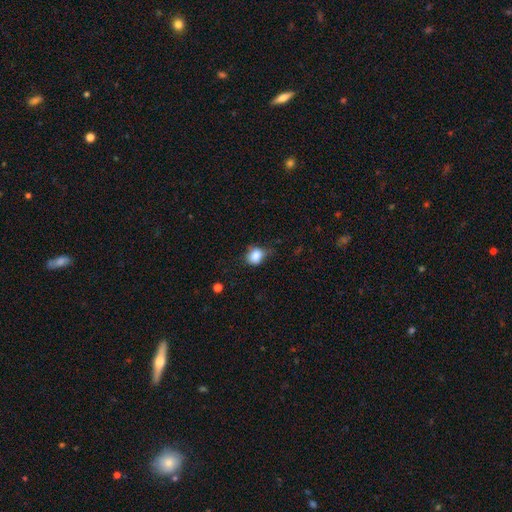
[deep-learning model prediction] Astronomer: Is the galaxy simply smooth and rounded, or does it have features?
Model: smooth — 83%.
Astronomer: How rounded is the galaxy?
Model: round — 65%.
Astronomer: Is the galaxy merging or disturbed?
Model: none — 52% (runner-up: minor disturbance, 35%).